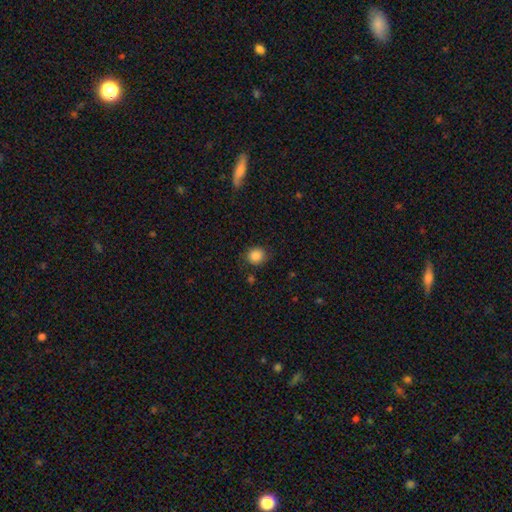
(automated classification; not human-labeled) This appears to be a smooth galaxy with no disk features (86%) that is round (85%). Merging: none (84%).